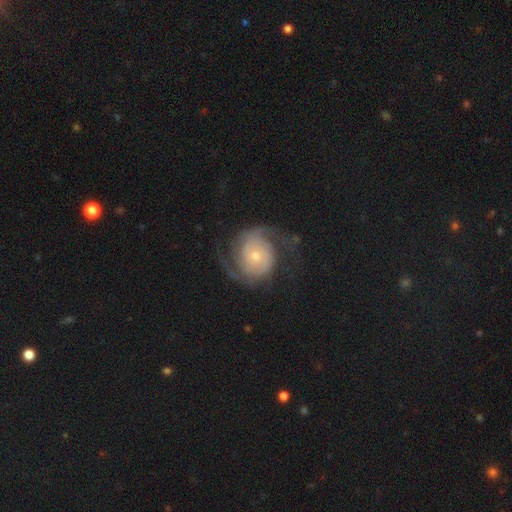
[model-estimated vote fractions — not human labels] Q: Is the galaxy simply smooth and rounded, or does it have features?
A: featured or disk — 85%.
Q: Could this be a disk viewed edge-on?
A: no — 98%.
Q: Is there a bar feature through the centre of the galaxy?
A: no — 73%.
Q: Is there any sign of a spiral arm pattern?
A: yes — 96%.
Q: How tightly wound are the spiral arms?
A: medium — 41%.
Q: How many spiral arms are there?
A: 2 — 85%.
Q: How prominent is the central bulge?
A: small — 65%.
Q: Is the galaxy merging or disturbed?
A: none — 70%.